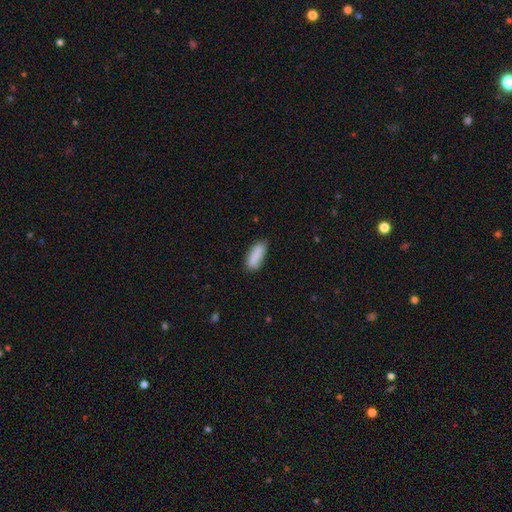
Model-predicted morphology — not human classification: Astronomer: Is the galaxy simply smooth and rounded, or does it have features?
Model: smooth — 86%.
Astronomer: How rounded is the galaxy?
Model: in between — 67%.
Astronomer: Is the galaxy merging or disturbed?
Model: none — 76%.